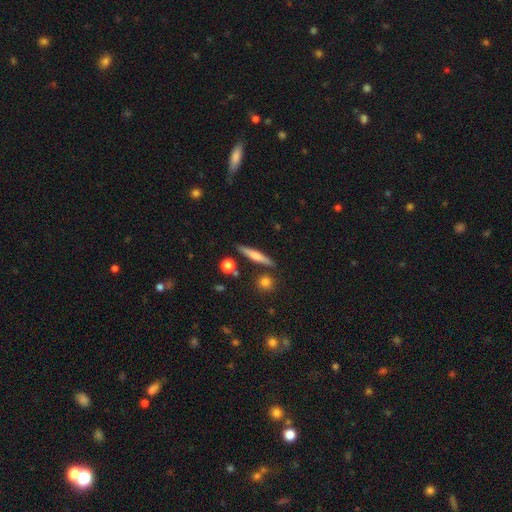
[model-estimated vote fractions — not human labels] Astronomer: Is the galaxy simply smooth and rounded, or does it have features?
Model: smooth — 54% (runner-up: featured or disk, 39%).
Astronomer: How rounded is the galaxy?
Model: cigar-shaped — 89%.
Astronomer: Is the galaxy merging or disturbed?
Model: none — 85%.